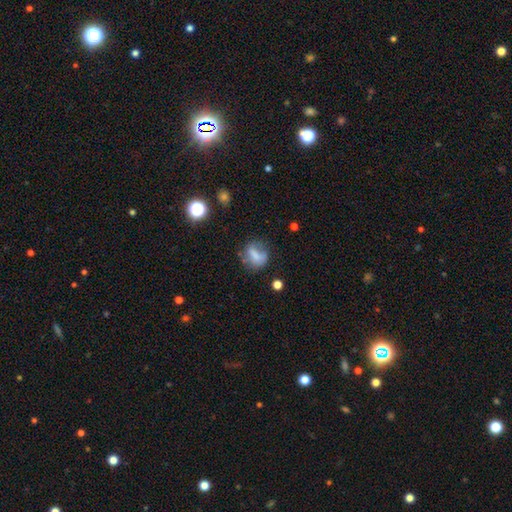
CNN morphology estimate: Overall: smooth (65%). How rounded: round (56%; in between 41%). Merging: none (51%; minor disturbance 27%).